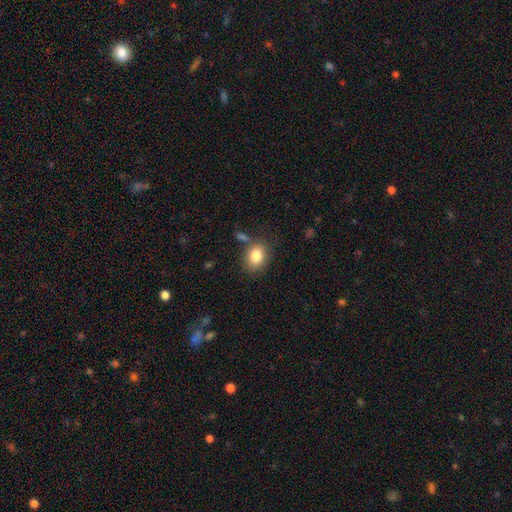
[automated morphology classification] Smooth or featured: smooth — 83% (star or artifact — 9%)
How rounded: in between — 65% (round — 34%)
Merging: none — 74% (minor disturbance — 14%)